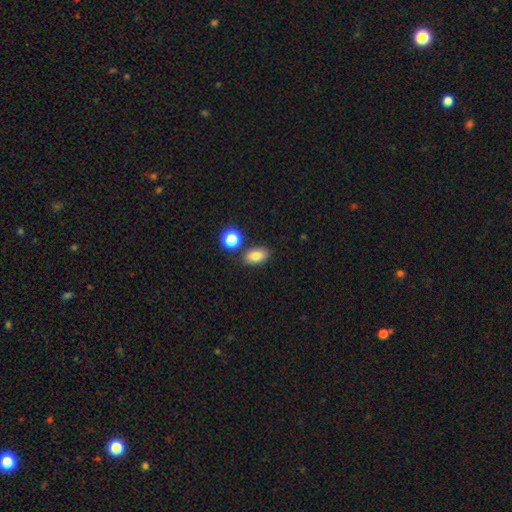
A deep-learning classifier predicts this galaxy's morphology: This appears to be a smooth galaxy with no disk features (81%) that is in between round and cigar-shaped (86%). Merging: none (79%).